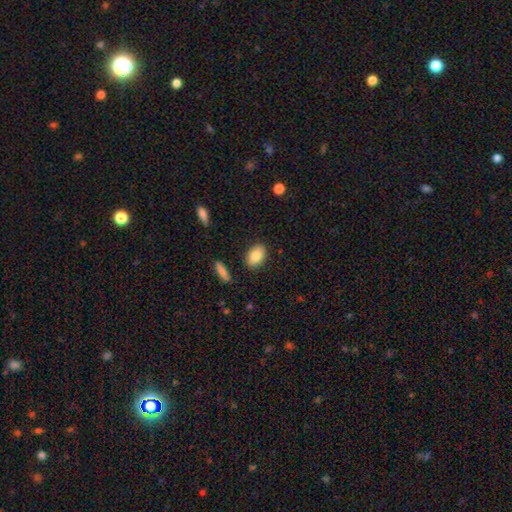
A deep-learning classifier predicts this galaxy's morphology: This is clearly a smooth galaxy (85%). How rounded: clearly in between (86%). Merging: clearly none (86%).